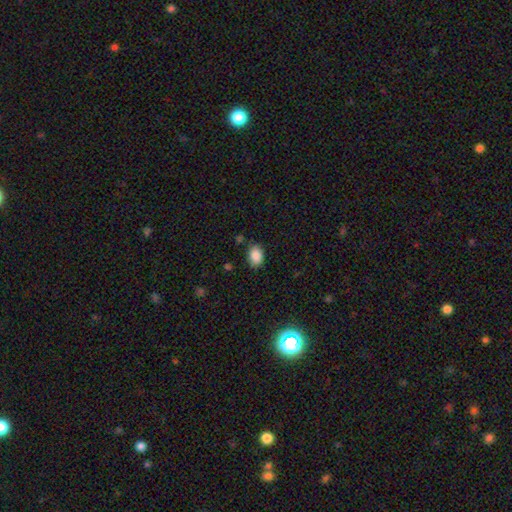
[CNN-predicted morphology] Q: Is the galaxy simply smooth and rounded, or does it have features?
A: smooth — 88%.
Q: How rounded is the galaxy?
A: in between — 77%.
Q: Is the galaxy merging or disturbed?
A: none — 82%.